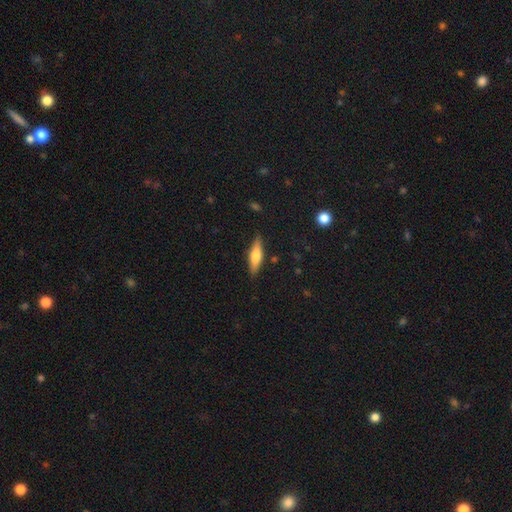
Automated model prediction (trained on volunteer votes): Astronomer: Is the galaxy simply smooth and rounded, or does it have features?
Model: smooth — 62%.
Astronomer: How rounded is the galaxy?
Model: cigar-shaped — 59% (runner-up: in between, 38%).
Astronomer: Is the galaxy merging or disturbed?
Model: none — 85%.